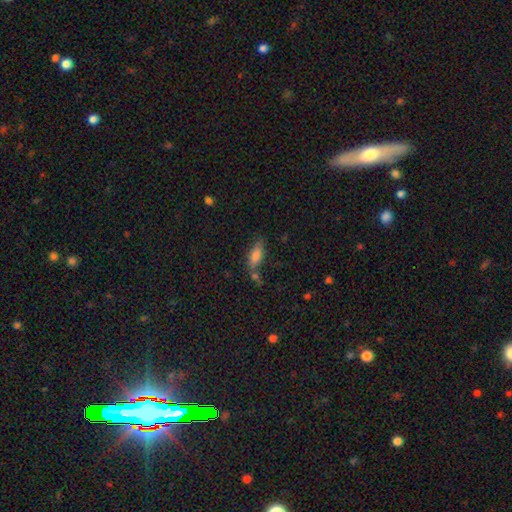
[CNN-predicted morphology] Smooth or featured? Predicted: smooth (p=0.78). How rounded? Predicted: in between (p=0.74). Merging? Predicted: none (p=0.58).